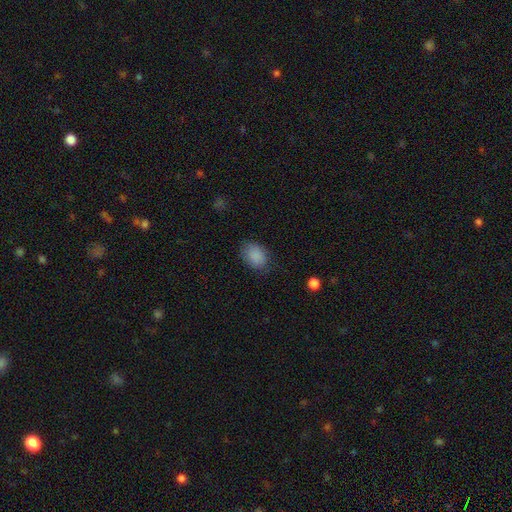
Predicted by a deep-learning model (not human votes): The model was most divided on "how rounded": in between: 74%, round: 25%, cigar-shaped: 1%. More confident: smooth or featured — smooth (87%); merging — none (77%).